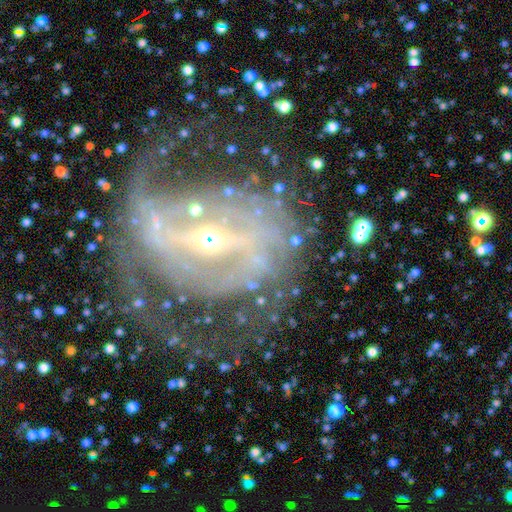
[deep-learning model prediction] Q: Smooth or featured?
A: featured or disk (88%); runner-up: star or artifact (7%)
Q: Edge-on disk?
A: no (95%); runner-up: yes (5%)
Q: Bar?
A: strong (65%); runner-up: weak (25%)
Q: Spiral arms?
A: yes (87%); runner-up: no (13%)
Q: Spiral winding?
A: medium (41%); runner-up: loose (33%)
Q: Spiral arm count?
A: 2 (65%); runner-up: can't tell (16%)
Q: Bulge size?
A: small (55%); runner-up: moderate (39%)
Q: Merging?
A: none (53%); runner-up: major disturbance (26%)